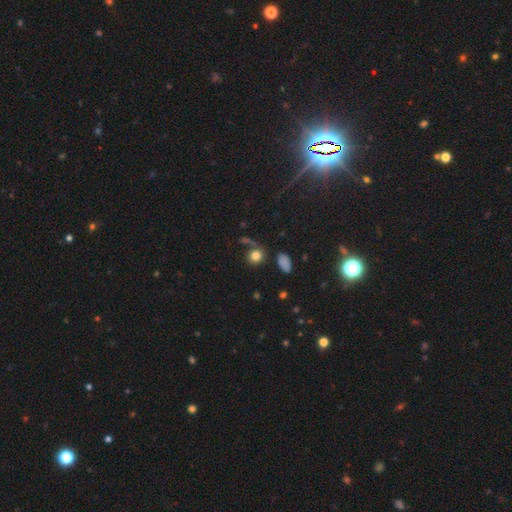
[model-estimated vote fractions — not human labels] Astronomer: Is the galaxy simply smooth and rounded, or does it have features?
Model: smooth — 81%.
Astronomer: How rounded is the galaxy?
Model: round — 79%.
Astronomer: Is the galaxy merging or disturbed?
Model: none — 71%.